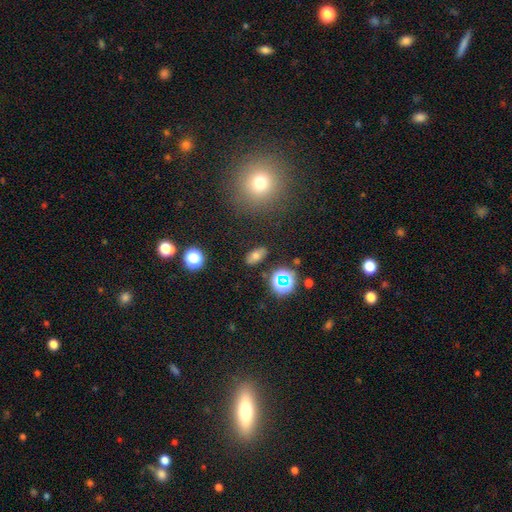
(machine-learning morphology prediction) smooth_or_featured: smooth (p=0.65) [alt: star or artifact p=0.19]
how_rounded: in between (p=0.84) [alt: round p=0.10]
merging: none (p=0.86) [alt: minor disturbance p=0.09]